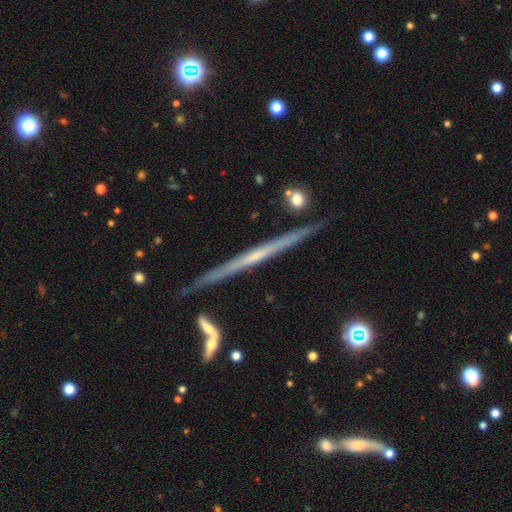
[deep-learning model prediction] A featured or disk galaxy (76%) viewed edge-on (98%) with no central bulge (67%). Merging: none (87%).